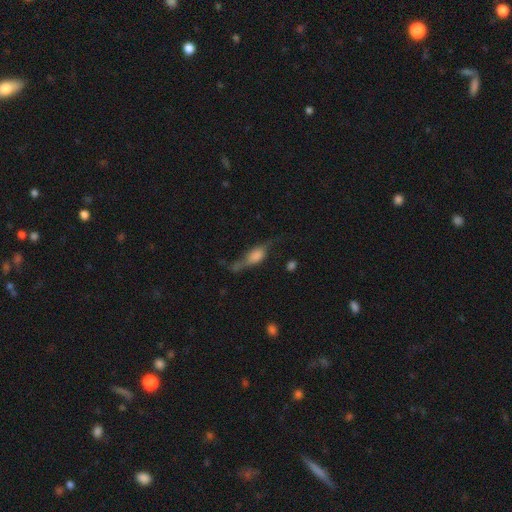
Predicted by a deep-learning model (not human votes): The model was most divided on "smooth or featured": smooth: 48%, featured or disk: 42%, star or artifact: 10%. Remaining: merging — none (40%).